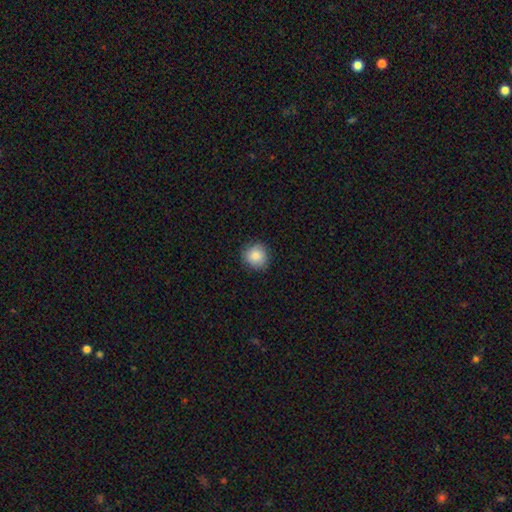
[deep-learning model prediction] smooth 86%, star or artifact 8%, featured or disk 6%. Down the decision tree: how rounded — round (90%); merging — none (87%).